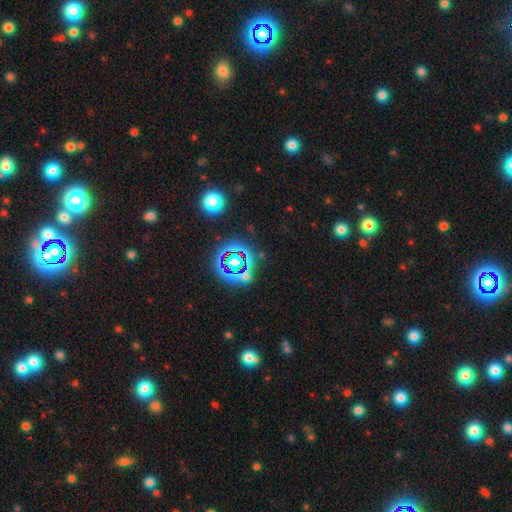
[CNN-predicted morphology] smooth_or_featured: star or artifact (p=0.77) [alt: smooth p=0.14]